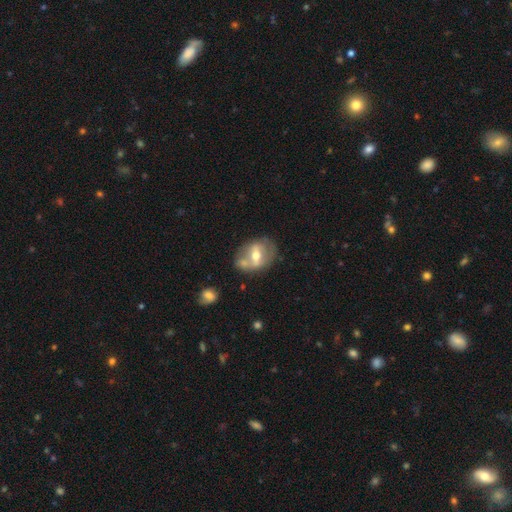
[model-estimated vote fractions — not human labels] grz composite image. It shows a featured or disk galaxy (56%) with a strong bar (38%), no spiral arms (77%) and a moderate central bulge (72%). Merging: none (48%).